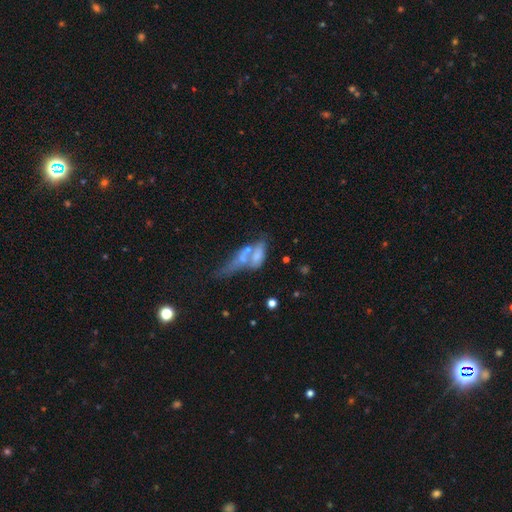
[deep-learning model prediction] smooth-or-featured: smooth: 54% | featured or disk: 35% | star or artifact: 11%
  how-rounded: in between: 73% | cigar-shaped: 20% | round: 7%
  merging: merger: 58% | none: 16% | major disturbance: 15% | minor disturbance: 11%